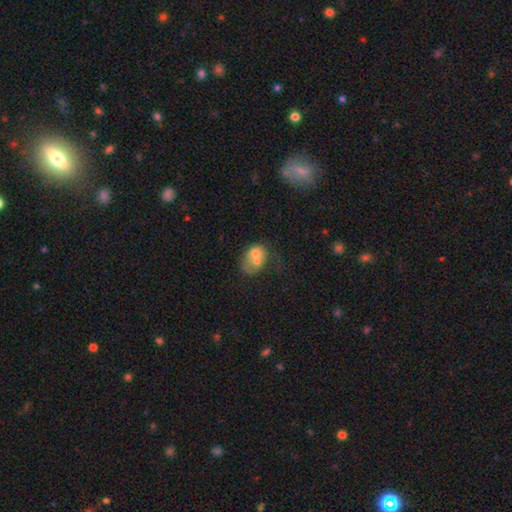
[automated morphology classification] Smooth or featured? Predicted: smooth (p=0.57). How rounded? Predicted: in between (p=0.54). Merging? Predicted: merger (p=0.60).